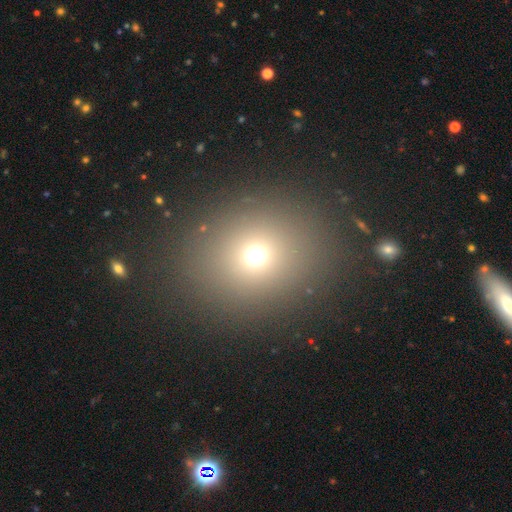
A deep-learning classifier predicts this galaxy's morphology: Q: Smooth or featured?
A: smooth (67%); runner-up: star or artifact (24%)
Q: How rounded?
A: round (73%); runner-up: in between (26%)
Q: Merging?
A: none (84%); runner-up: minor disturbance (8%)